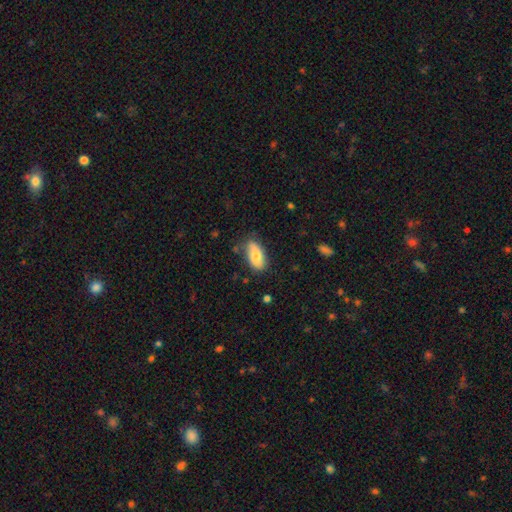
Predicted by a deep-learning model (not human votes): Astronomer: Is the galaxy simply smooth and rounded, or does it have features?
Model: smooth — 68%.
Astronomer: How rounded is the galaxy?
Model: in between — 91%.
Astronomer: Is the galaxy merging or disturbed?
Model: none — 75%.